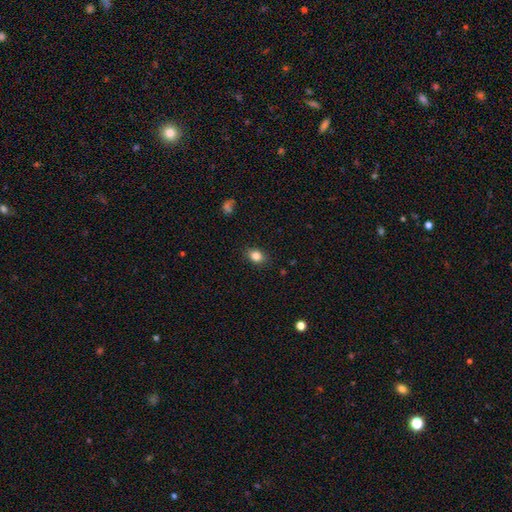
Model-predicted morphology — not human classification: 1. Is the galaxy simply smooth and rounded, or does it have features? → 83% smooth, 10% star or artifact, 7% featured or disk.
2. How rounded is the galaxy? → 65% in between, 33% round, 1% cigar-shaped.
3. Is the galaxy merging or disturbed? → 86% none, 10% minor disturbance, 2% major disturbance, 1% merger.